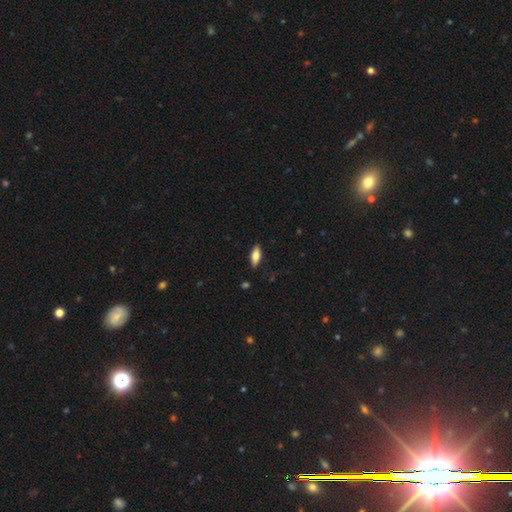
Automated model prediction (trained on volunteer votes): Overall: smooth (68%). How rounded: in between (70%). Merging: none (86%).